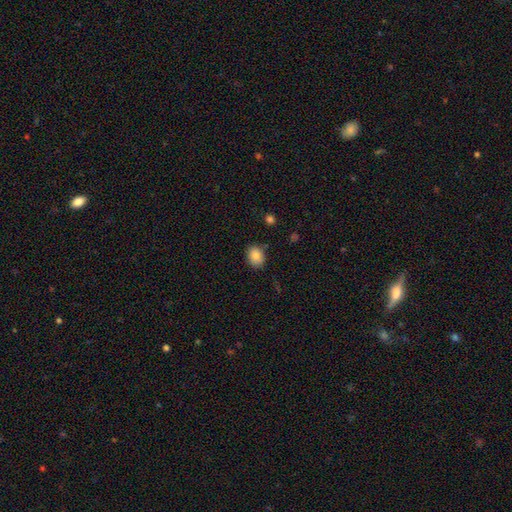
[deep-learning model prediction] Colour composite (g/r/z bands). It shows a smooth galaxy with no disk features (86%) that is in between round and cigar-shaped (60%). Merging: none (82%).